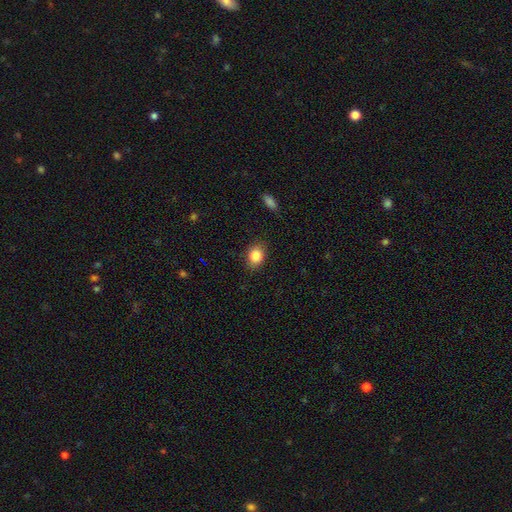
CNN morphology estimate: This appears to be a smooth galaxy with no disk features (85%) that is in between round and cigar-shaped (57%). Merging: none (85%).